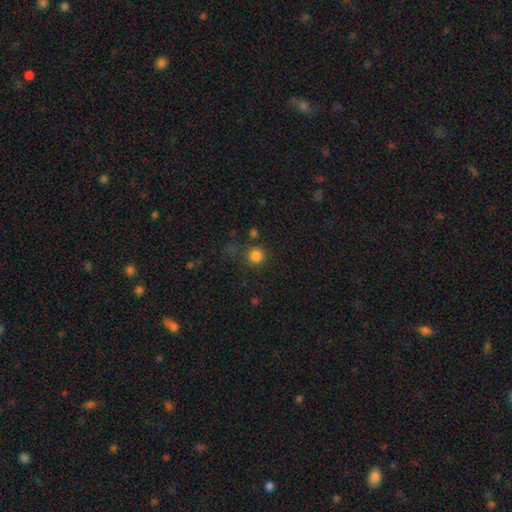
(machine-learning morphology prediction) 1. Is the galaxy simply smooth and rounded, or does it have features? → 83% smooth, 13% star or artifact, 4% featured or disk.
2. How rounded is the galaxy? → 93% round, 6% in between, 1% cigar-shaped.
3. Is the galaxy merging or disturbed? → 79% none, 10% minor disturbance, 7% merger, 5% major disturbance.